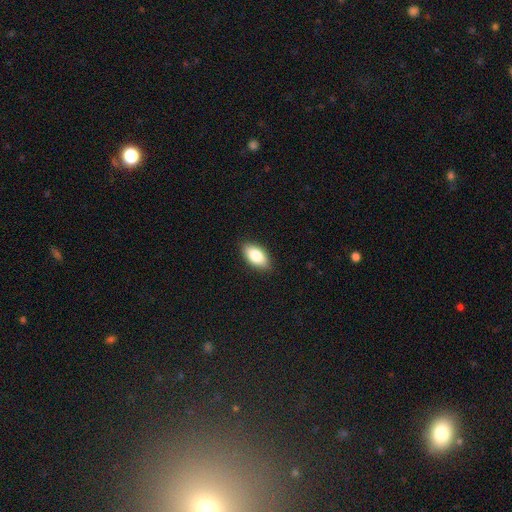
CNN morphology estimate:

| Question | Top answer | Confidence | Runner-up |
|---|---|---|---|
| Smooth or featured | smooth | 83% | featured or disk (10%) |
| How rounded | in between | 93% | cigar-shaped (4%) |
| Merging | none | 88% | minor disturbance (9%) |